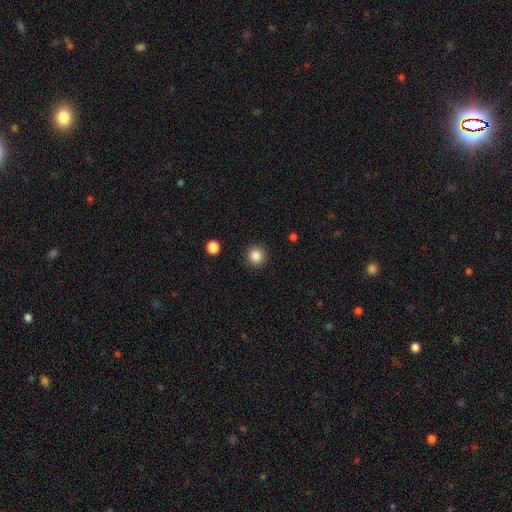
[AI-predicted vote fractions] Smooth or featured? smooth (86%)
How rounded? round (95%)
Merging? none (91%)